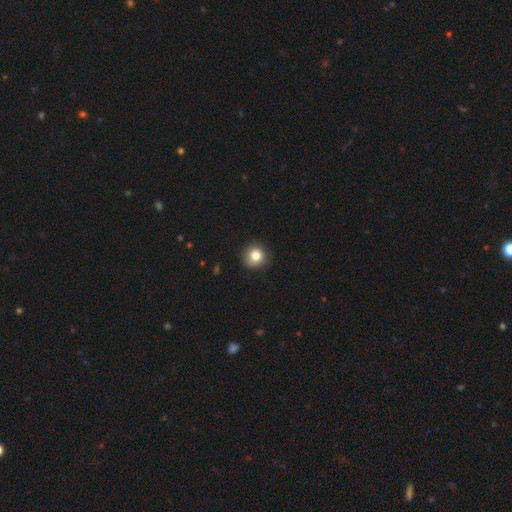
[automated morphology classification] Smooth or featured?
  - smooth: 84% *
  - star or artifact: 10%
  - featured or disk: 6%
How rounded?
  - round: 91% *
  - in between: 8%
  - cigar-shaped: 1%
Merging?
  - none: 87% *
  - minor disturbance: 10%
  - major disturbance: 2%
  - merger: 1%